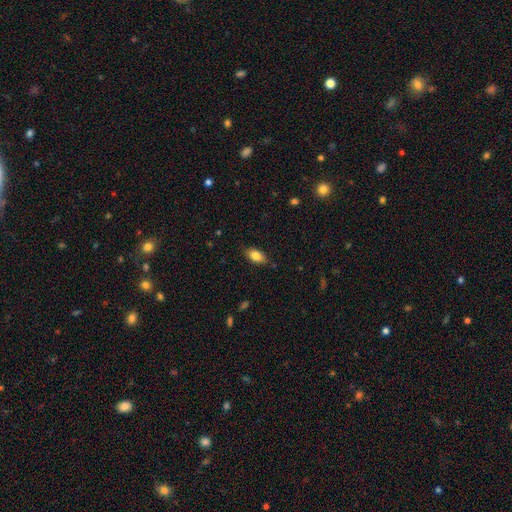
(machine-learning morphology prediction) smooth 82%, featured or disk 10%, star or artifact 8%. Down the decision tree: how rounded — in between (89%); merging — none (84%).